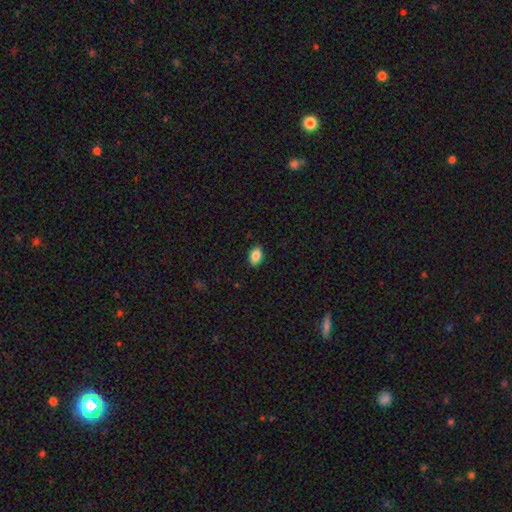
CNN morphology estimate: A smooth galaxy with no disk features (87%) that is in between round and cigar-shaped (90%). Merging: none (89%).